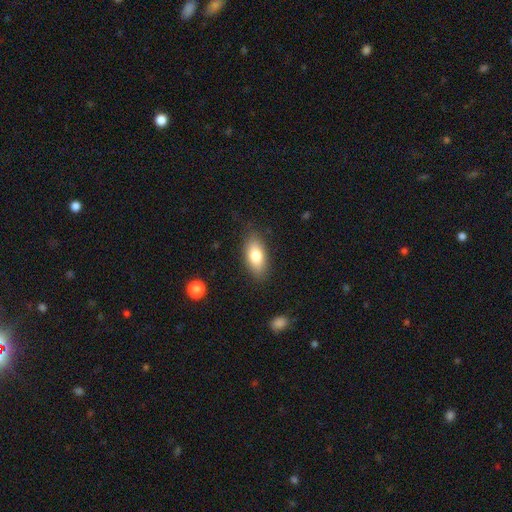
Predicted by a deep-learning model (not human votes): Smooth or featured?
  - smooth: 78% *
  - featured or disk: 15%
  - star or artifact: 7%
How rounded?
  - in between: 88% *
  - cigar-shaped: 8%
  - round: 4%
Merging?
  - none: 85% *
  - minor disturbance: 11%
  - major disturbance: 3%
  - merger: 1%